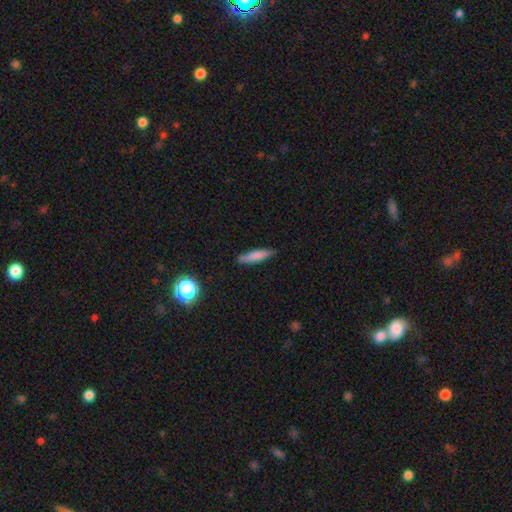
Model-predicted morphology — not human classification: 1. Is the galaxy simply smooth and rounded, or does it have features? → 76% smooth, 17% featured or disk, 7% star or artifact.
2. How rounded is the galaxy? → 80% cigar-shaped, 18% in between, 2% round.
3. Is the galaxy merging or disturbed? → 83% none, 14% minor disturbance, 2% major disturbance, 1% merger.